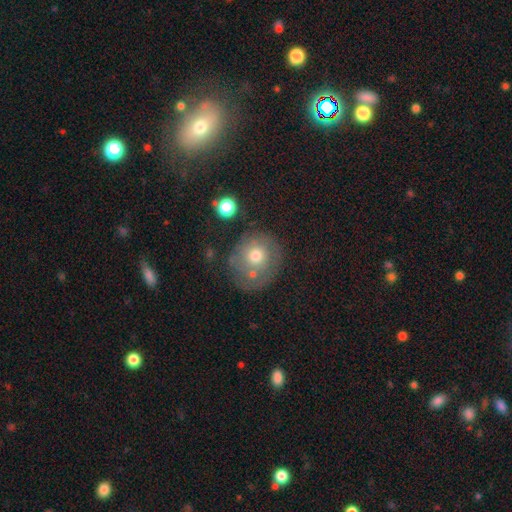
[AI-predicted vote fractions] Q: Smooth or featured?
A: smooth (62%); runner-up: featured or disk (27%)
Q: How rounded?
A: round (87%); runner-up: in between (12%)
Q: Merging?
A: none (56%); runner-up: minor disturbance (20%)